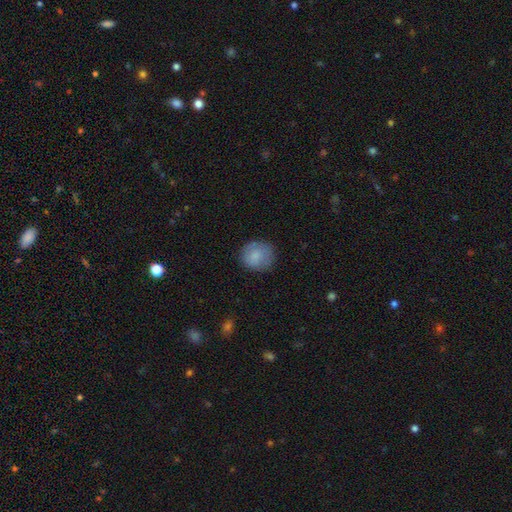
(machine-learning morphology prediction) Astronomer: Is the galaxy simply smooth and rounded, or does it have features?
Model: smooth — 82%.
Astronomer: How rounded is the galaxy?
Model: round — 77%.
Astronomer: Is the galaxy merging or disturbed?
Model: none — 76%.